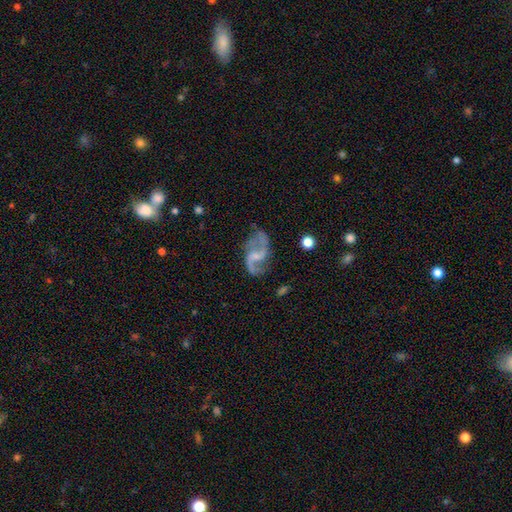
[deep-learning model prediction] Overall: featured or disk (89%). Edge-on disk: no (98%). Bar: weak (51%; no 31%). Spiral arms: yes (96%). Spiral arm count: 2 (92%). Spiral winding: loose (65%; medium 29%). Bulge size: small (48%; none 29%). Merging: none (67%).